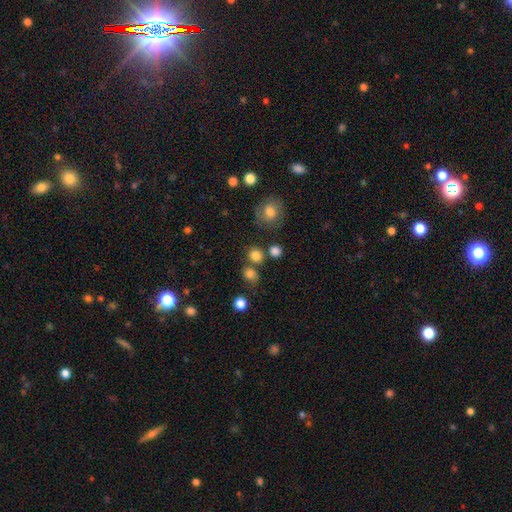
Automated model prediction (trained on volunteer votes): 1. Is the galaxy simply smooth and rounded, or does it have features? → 81% smooth, 14% star or artifact, 6% featured or disk.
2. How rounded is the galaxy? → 79% round, 20% in between, 1% cigar-shaped.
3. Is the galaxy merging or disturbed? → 70% none, 17% merger, 9% minor disturbance, 4% major disturbance.